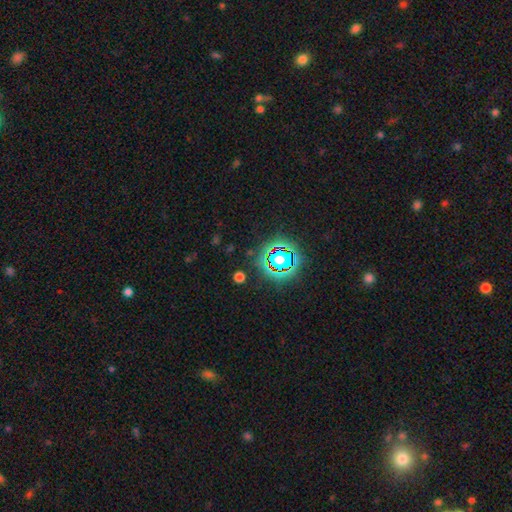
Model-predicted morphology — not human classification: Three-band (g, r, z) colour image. It shows a star or artifact, not a galaxy (79%).